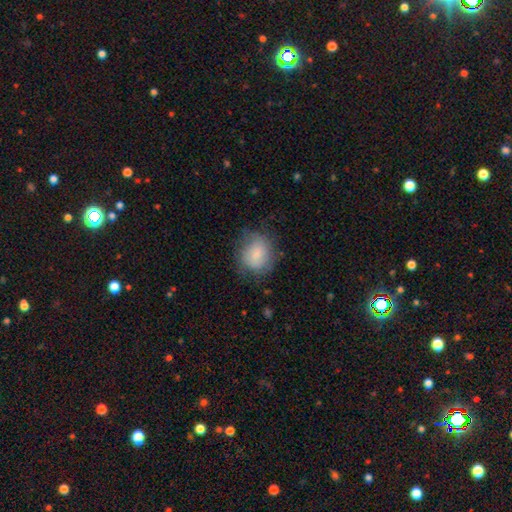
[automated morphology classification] Smooth or featured?
  - smooth: 78% *
  - featured or disk: 15%
  - star or artifact: 8%
How rounded?
  - round: 68% *
  - in between: 31%
  - cigar-shaped: 1%
Merging?
  - none: 66% *
  - minor disturbance: 23%
  - major disturbance: 10%
  - merger: 1%